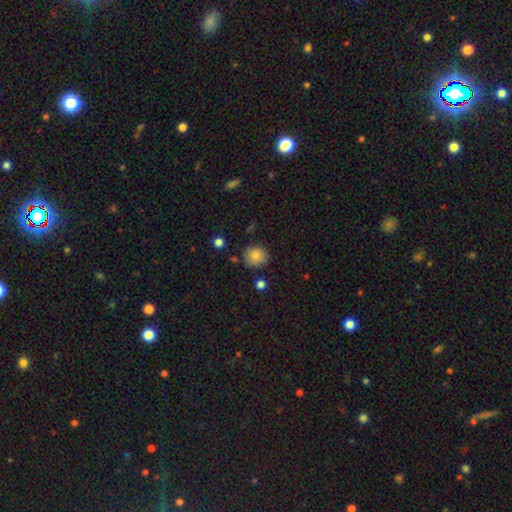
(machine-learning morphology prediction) This is clearly a smooth galaxy (81%). How rounded: clearly round (87%). Merging: clearly none (81%).